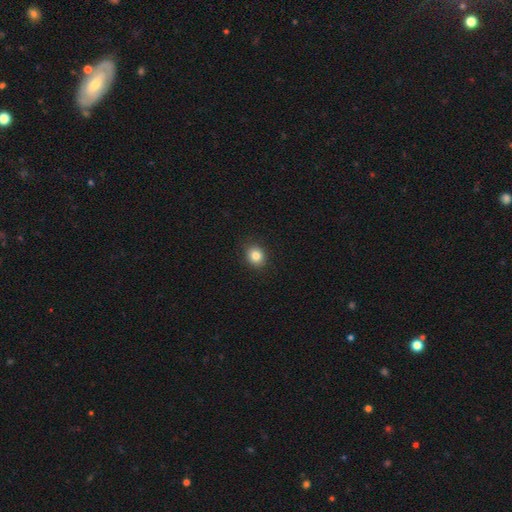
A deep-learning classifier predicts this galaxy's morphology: smooth 83%, star or artifact 10%, featured or disk 6%. Down the decision tree: how rounded — round (69%); merging — none (90%).